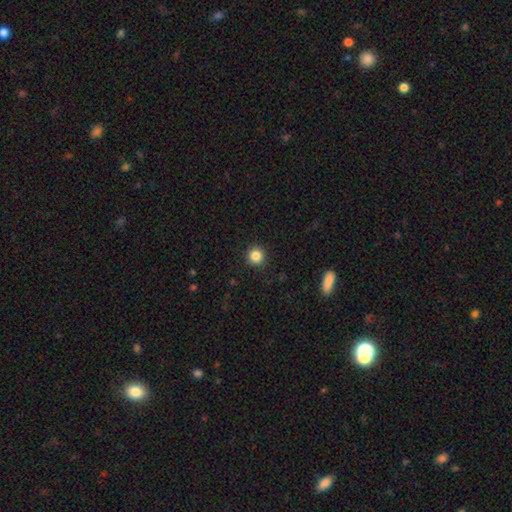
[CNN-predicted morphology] Q: Smooth or featured?
A: smooth (85%); runner-up: star or artifact (11%)
Q: How rounded?
A: round (94%); runner-up: in between (5%)
Q: Merging?
A: none (92%); runner-up: minor disturbance (5%)